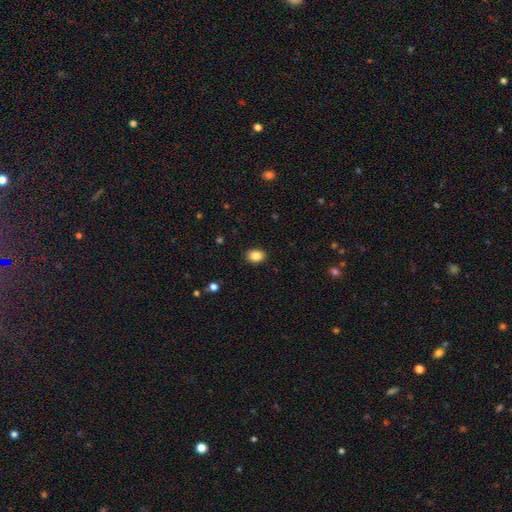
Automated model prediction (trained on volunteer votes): A smooth galaxy with no disk features (87%) that is in between round and cigar-shaped (74%).

Vote fractions:
- Smooth or featured? smooth: 87% / star or artifact: 9% / featured or disk: 4%
- How rounded? in between: 74% / round: 25% / cigar-shaped: 1%
- Merging? none: 89% / minor disturbance: 8% / major disturbance: 2% / merger: 1%